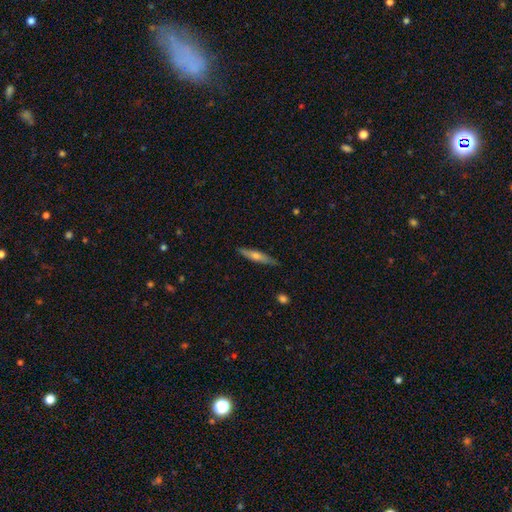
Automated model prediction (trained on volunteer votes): smooth-or-featured: featured or disk: 57% | smooth: 36% | star or artifact: 6%
  disk-edge-on: yes: 94% | no: 6%
    edge-on-bulge: rounded: 83% | none: 12% | boxy: 4%
  merging: none: 89% | minor disturbance: 9% | major disturbance: 2% | merger: 1%